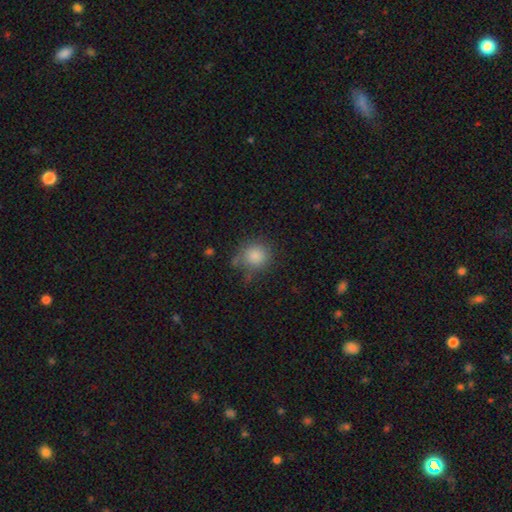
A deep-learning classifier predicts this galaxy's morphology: Smooth or featured? smooth (84%)
How rounded? round (87%)
Merging? none (66%)